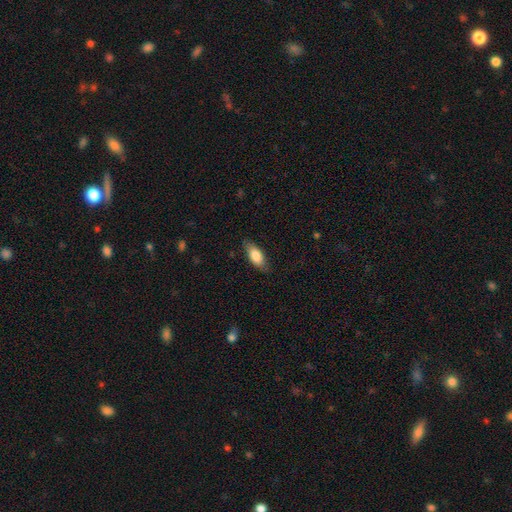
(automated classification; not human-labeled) The model was most divided on "how rounded": in between: 81%, cigar-shaped: 16%, round: 3%. More confident: merging — none (81%); smooth or featured — smooth (80%).